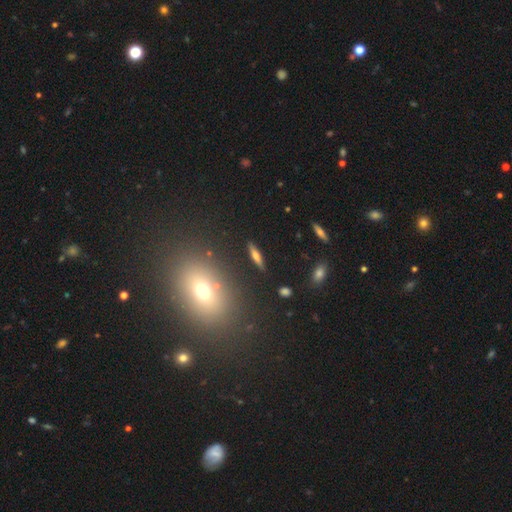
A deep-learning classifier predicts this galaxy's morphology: Q: Smooth or featured?
A: smooth (49%); runner-up: featured or disk (40%)
Q: Merging?
A: none (87%); runner-up: minor disturbance (8%)